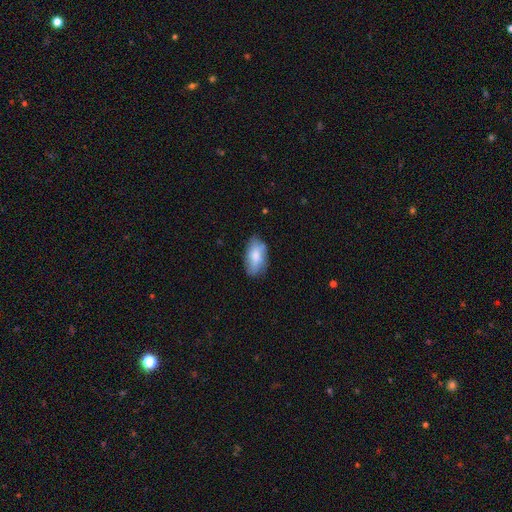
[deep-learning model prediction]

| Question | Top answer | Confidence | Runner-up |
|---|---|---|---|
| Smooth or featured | smooth | 73% | featured or disk (20%) |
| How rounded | in between | 93% | round (3%) |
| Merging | none | 71% | minor disturbance (22%) |